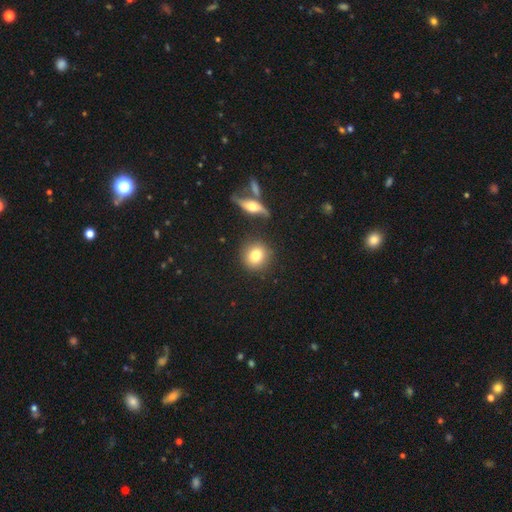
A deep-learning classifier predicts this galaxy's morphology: This appears to be a smooth galaxy with no disk features (79%) that is round (87%). Merging: none (82%).